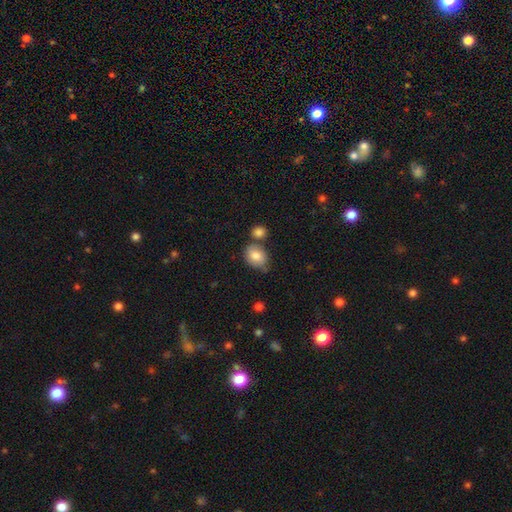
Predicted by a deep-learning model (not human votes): smooth-or-featured: smooth: 81% | featured or disk: 10% | star or artifact: 8%
  how-rounded: in between: 59% | round: 40% | cigar-shaped: 1%
  merging: none: 57% | merger: 20% | minor disturbance: 18% | major disturbance: 5%